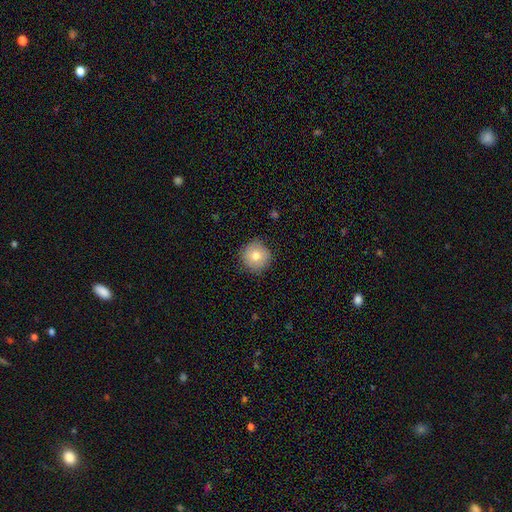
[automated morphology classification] smooth_or_featured: smooth (p=0.76) [alt: featured or disk p=0.15]
how_rounded: round (p=0.94) [alt: in between p=0.05]
merging: none (p=0.85) [alt: minor disturbance p=0.12]